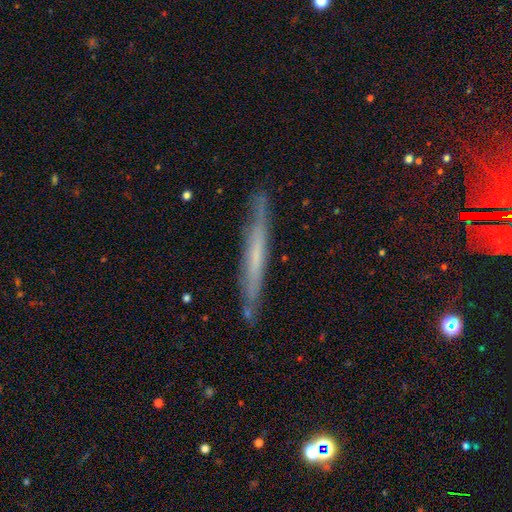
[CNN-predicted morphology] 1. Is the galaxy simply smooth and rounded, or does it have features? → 53% featured or disk, 39% smooth, 9% star or artifact.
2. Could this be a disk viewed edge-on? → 91% yes, 9% no.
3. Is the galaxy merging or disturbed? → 86% none, 11% minor disturbance, 2% major disturbance, 2% merger.